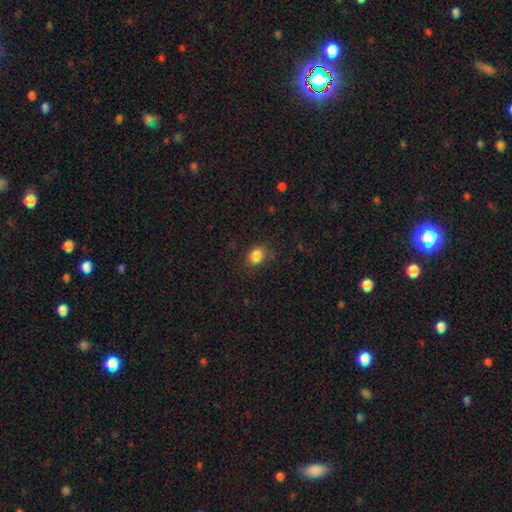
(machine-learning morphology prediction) smooth 85%, star or artifact 11%, featured or disk 5%. Down the decision tree: how rounded — in between (50%); merging — none (75%).